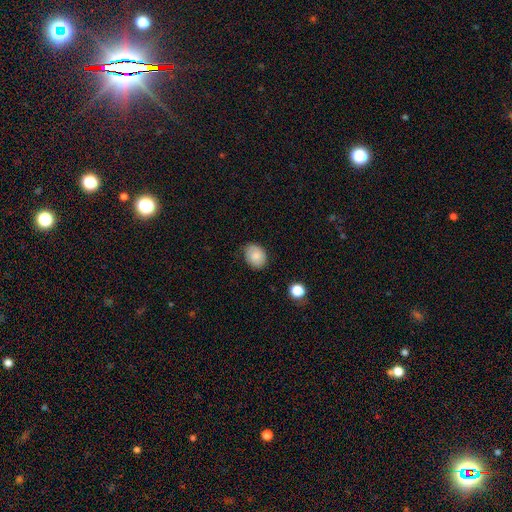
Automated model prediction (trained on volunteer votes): A smooth galaxy with no disk features (81%) that is in between round and cigar-shaped (53%).

Vote fractions:
- Smooth or featured? smooth: 81% / featured or disk: 11% / star or artifact: 8%
- How rounded? in between: 53% / round: 46% / cigar-shaped: 1%
- Merging? none: 76% / minor disturbance: 19% / major disturbance: 4% / merger: 1%